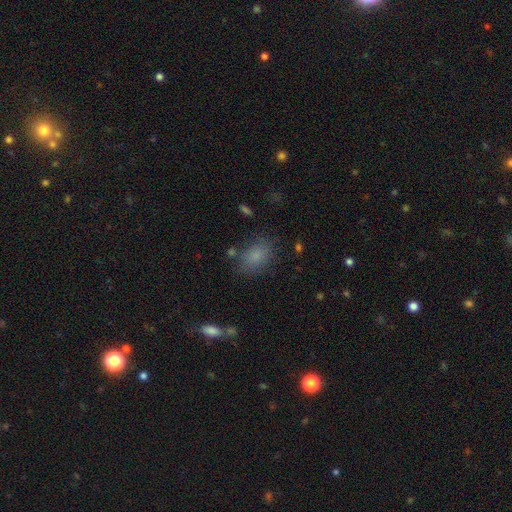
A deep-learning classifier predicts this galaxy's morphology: A smooth galaxy with no disk features (80%) that is in between round and cigar-shaped (75%). Merging: none (73%).